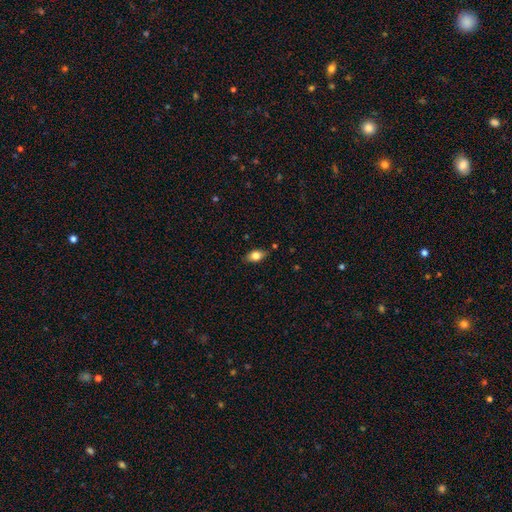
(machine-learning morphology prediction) This is likely a smooth galaxy (77%). How rounded: clearly in between (86%). Merging: likely none (80%).